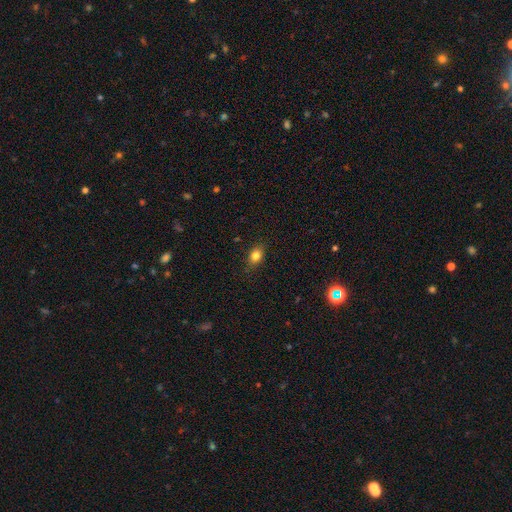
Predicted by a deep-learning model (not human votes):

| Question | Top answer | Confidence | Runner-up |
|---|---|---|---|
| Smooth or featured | smooth | 81% | star or artifact (11%) |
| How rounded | in between | 64% | round (33%) |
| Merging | none | 81% | minor disturbance (15%) |